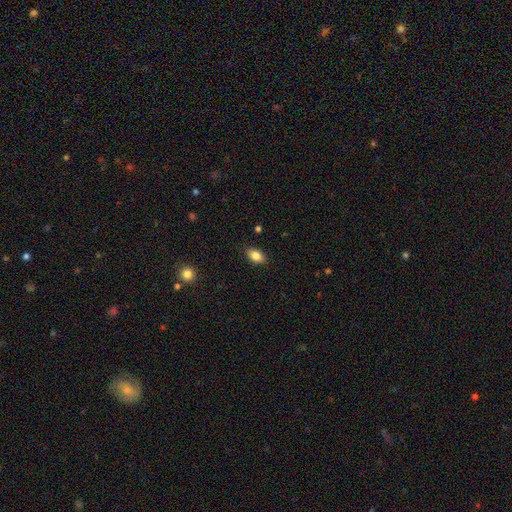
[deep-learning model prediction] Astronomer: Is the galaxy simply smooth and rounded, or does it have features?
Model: smooth — 85%.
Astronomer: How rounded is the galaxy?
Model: in between — 86%.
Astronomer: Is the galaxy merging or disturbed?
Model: none — 85%.